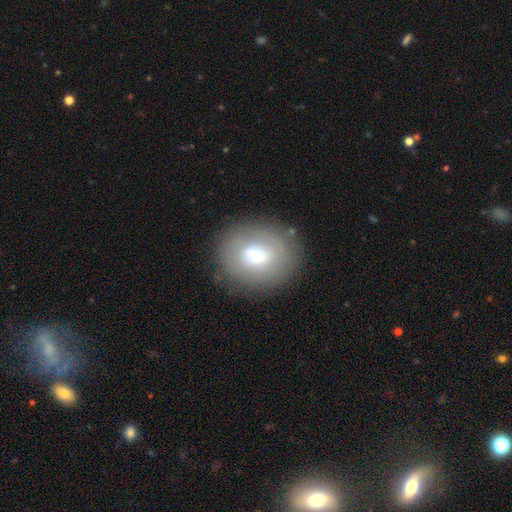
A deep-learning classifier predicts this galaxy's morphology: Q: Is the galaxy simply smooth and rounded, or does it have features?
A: smooth — 56%.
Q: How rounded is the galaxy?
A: round — 66%.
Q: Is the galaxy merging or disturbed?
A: none — 81%.